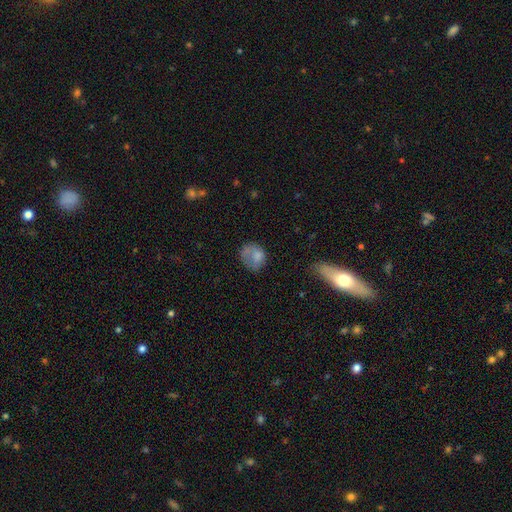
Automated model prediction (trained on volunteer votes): Smooth or featured: smooth — 71% (featured or disk — 19%)
How rounded: round — 59% (in between — 40%)
Merging: none — 42% (minor disturbance — 27%)